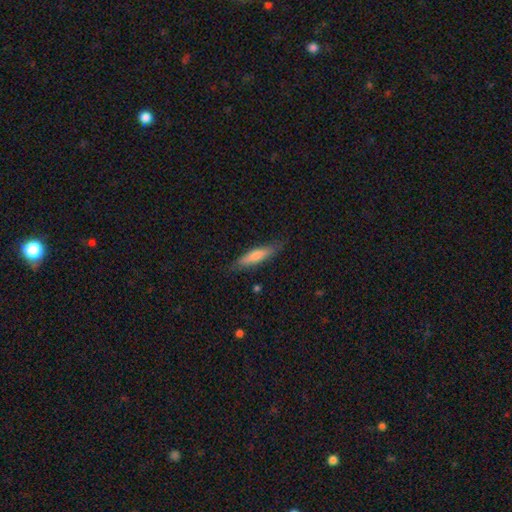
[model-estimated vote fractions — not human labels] Morphology: type=smooth (68%); roundness=cigar-shaped (77%); merging=none (81%).